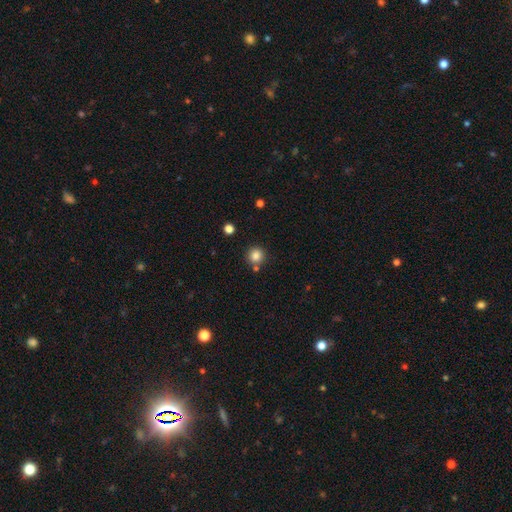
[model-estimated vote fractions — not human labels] Smooth or featured? smooth (83%)
How rounded? round (94%)
Merging? none (81%)